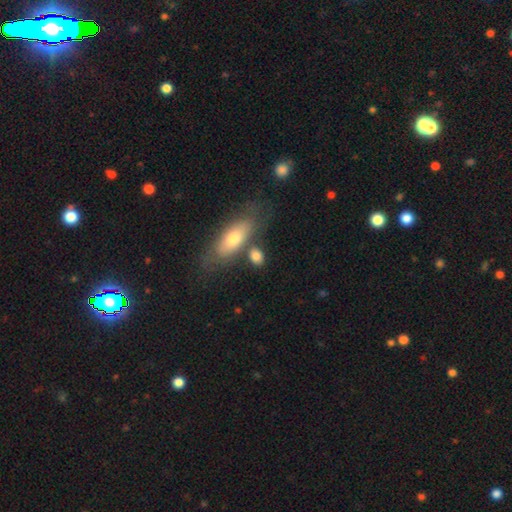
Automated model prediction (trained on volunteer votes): This is likely a smooth galaxy (77%). How rounded: likely in between (67%). Merging: likely none (61%).